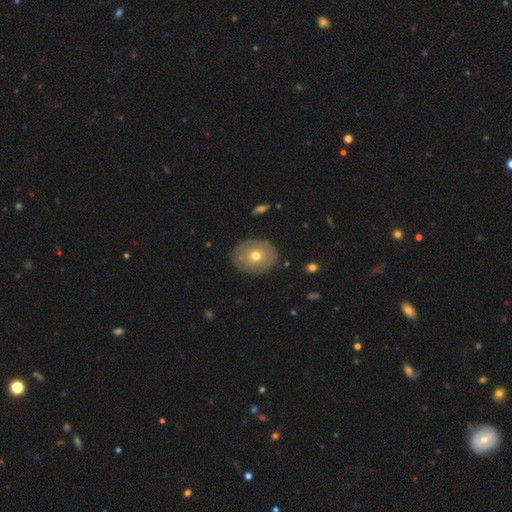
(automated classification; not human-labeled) Smooth or featured: smooth — 59% (featured or disk — 32%)
How rounded: round — 54% (in between — 45%)
Merging: none — 85% (minor disturbance — 11%)